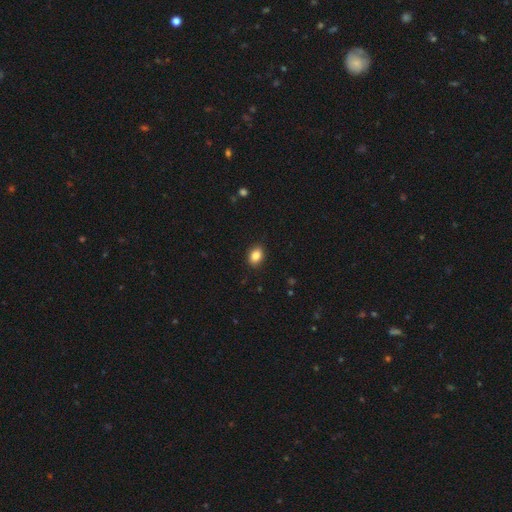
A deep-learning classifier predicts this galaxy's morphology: This is clearly a smooth galaxy (87%). How rounded: likely in between (72%). Merging: clearly none (89%).